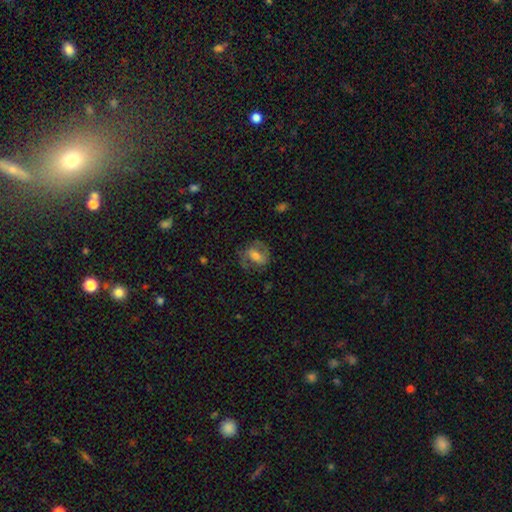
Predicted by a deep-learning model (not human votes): Smooth or featured? featured or disk (65%)
Edge-on disk? no (96%)
Bar? weak (40%)
Spiral arms? yes (84%)
Spiral winding? medium (51%)
Spiral arm count? 2 (82%)
Bulge size? moderate (53%)
Merging? none (66%)